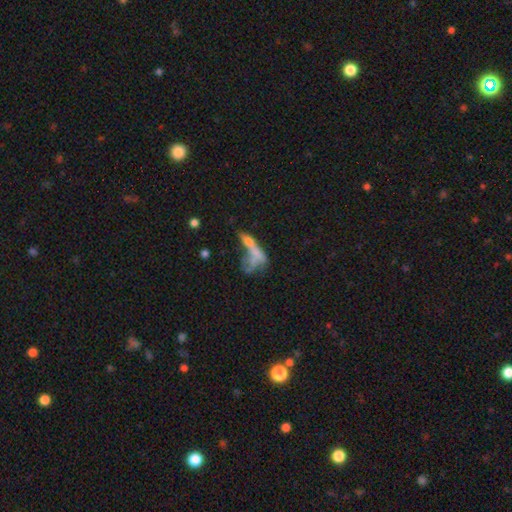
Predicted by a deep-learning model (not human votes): A smooth galaxy with no disk features (50%) that is in between round and cigar-shaped (47%). Merging: merger (44%).